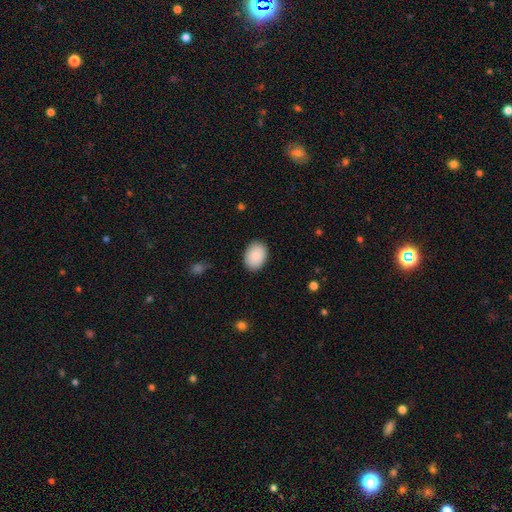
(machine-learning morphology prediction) Smooth or featured? smooth (90%)
How rounded? in between (79%)
Merging? none (88%)